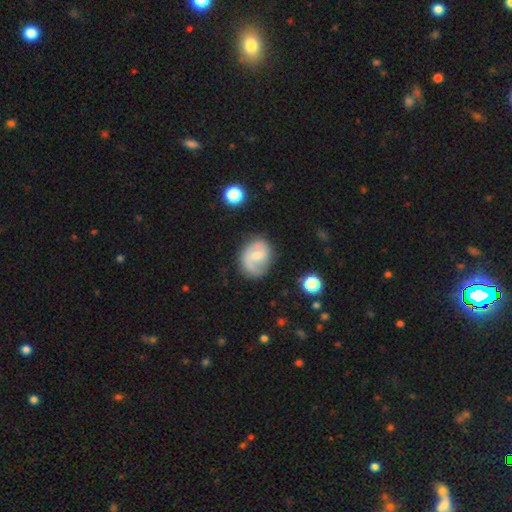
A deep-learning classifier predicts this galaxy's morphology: This is possibly a featured or disk galaxy (60%). It is clearly not viewed edge-on (97%). Bar: possibly weak (50%). Spiral arm pattern: clearly yes (86%). Spiral arm count: likely 2 (66%). Spiral winding: marginally medium (44%). Central bulge: possibly small (46%). Merging: likely none (66%).